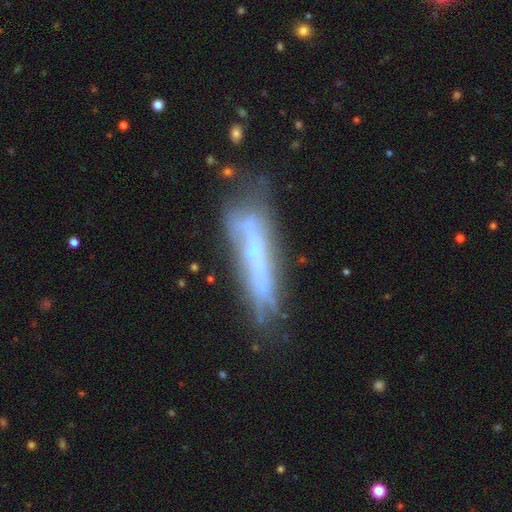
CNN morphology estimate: Smooth or featured: featured or disk — 59% (smooth — 31%)
Edge-on disk: yes — 50% (tied with no — 50%)
Merging: none — 54% (minor disturbance — 23%)